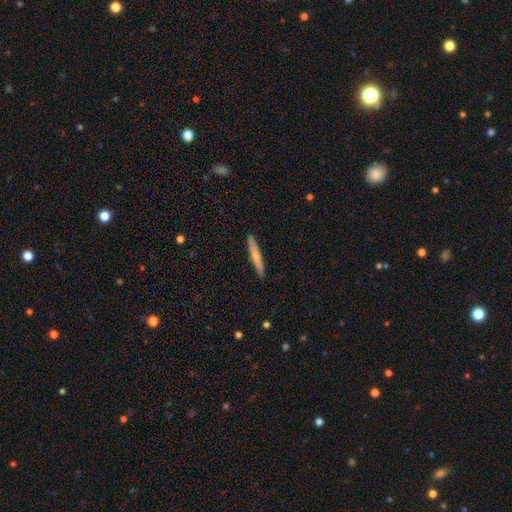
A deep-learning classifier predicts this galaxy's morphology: Smooth or featured? smooth (53%)
How rounded? cigar-shaped (94%)
Merging? none (89%)